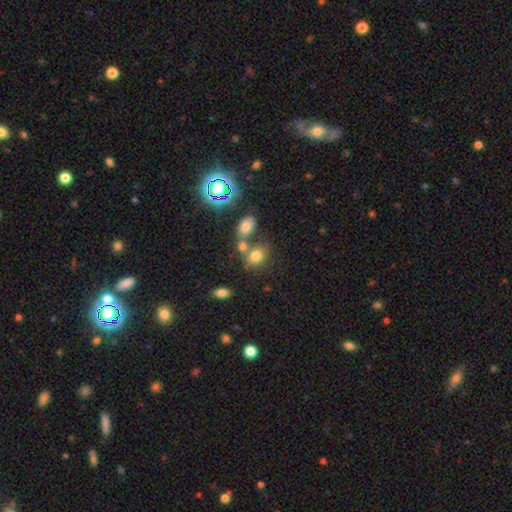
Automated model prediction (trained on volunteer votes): The model was most divided on "how rounded": in between: 50%, round: 48%, cigar-shaped: 1%. Remaining: smooth or featured — smooth (74%); merging — none (50%).